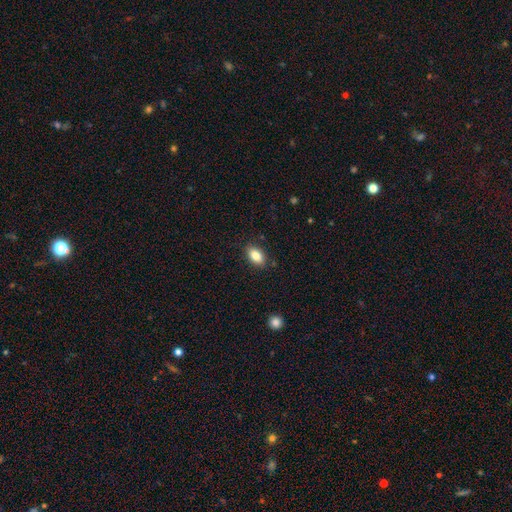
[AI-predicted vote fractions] A smooth galaxy with no disk features (84%) that is in between round and cigar-shaped (89%). Merging: none (86%).